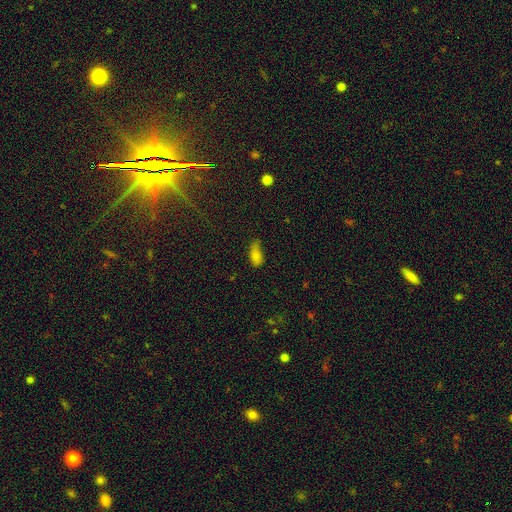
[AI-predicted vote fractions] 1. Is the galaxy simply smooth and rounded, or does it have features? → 77% smooth, 12% star or artifact, 10% featured or disk.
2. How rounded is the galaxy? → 85% in between, 10% cigar-shaped, 5% round.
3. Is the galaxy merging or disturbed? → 40% minor disturbance, 39% none, 17% major disturbance, 4% merger.